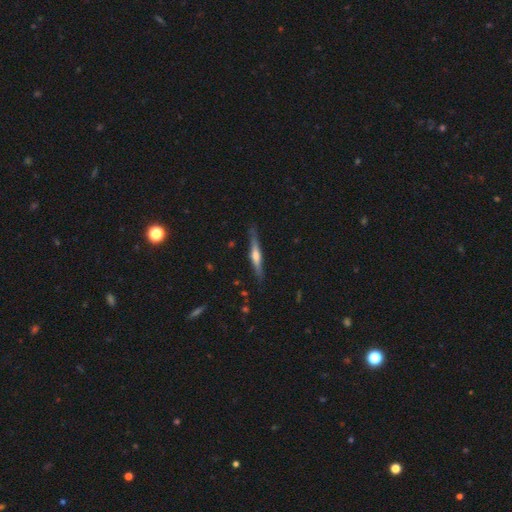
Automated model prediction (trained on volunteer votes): Smooth or featured? featured or disk (59%)
Edge-on disk? yes (96%)
Edge-on bulge? rounded (75%)
Merging? none (83%)